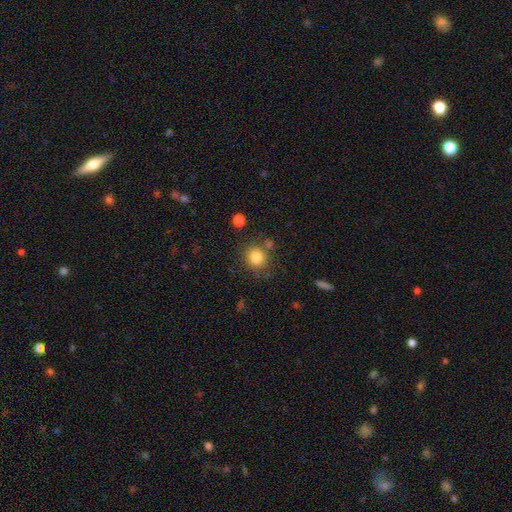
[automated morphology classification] Smooth or featured? Predicted: smooth (p=0.83). How rounded? Predicted: round (p=0.86). Merging? Predicted: none (p=0.77).